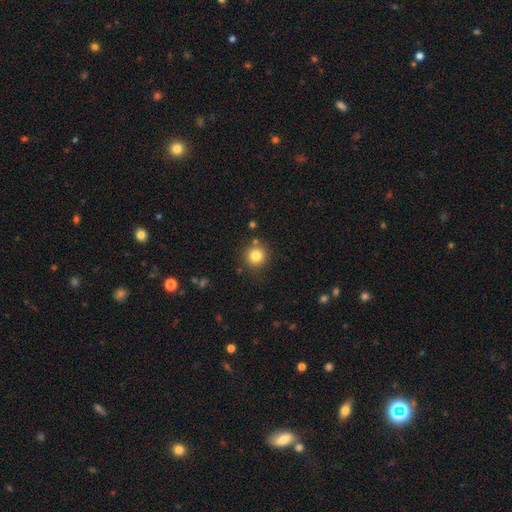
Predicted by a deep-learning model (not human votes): A smooth galaxy with no disk features (81%) that is round (93%).

Vote fractions:
- Smooth or featured? smooth: 81% / star or artifact: 12% / featured or disk: 7%
- How rounded? round: 93% / in between: 6% / cigar-shaped: 1%
- Merging? none: 84% / minor disturbance: 9% / merger: 5% / major disturbance: 3%